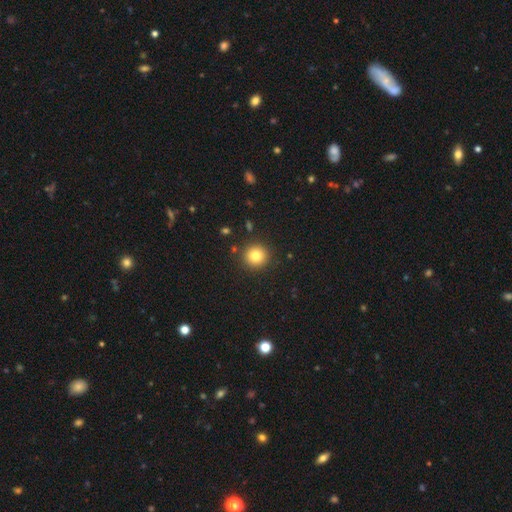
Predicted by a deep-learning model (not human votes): Morphology: type=smooth (80%); roundness=round (94%); merging=none (90%).